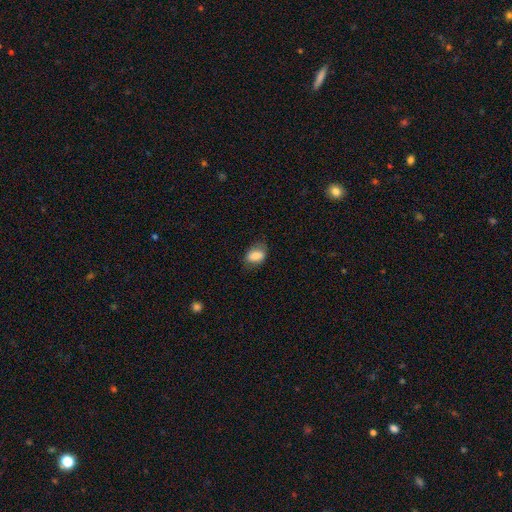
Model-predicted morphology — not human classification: This appears to be a smooth galaxy with no disk features (83%) that is in between round and cigar-shaped (83%). Merging: none (69%).